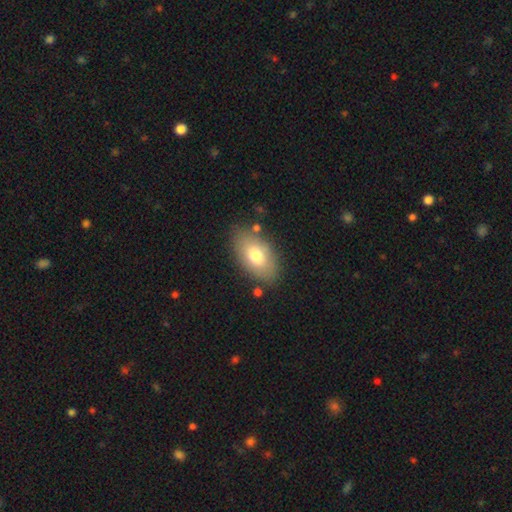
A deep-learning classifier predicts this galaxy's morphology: type=smooth (74%); roundness=in between (92%); merging=none (80%).